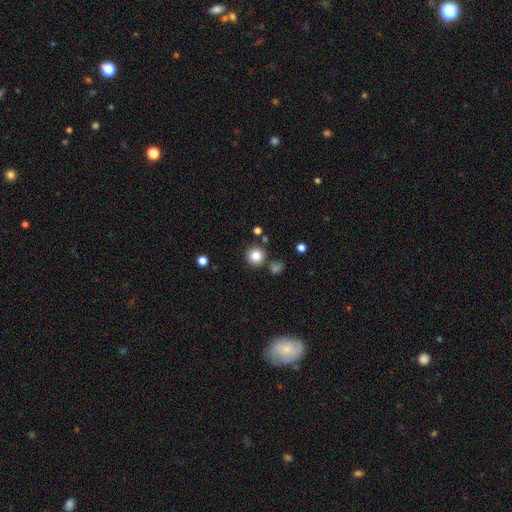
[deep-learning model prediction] Morphology: type=smooth (83%); roundness=round (94%); merging=none (82%).